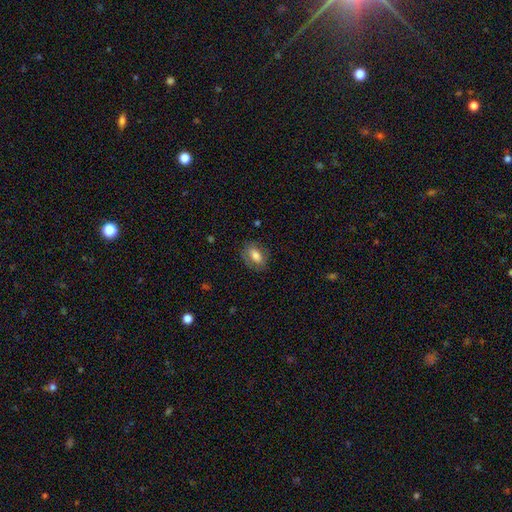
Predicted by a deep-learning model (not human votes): Smooth or featured?
  - smooth: 72% *
  - featured or disk: 20%
  - star or artifact: 8%
How rounded?
  - in between: 82% *
  - round: 15%
  - cigar-shaped: 2%
Merging?
  - none: 76% *
  - minor disturbance: 17%
  - major disturbance: 6%
  - merger: 1%